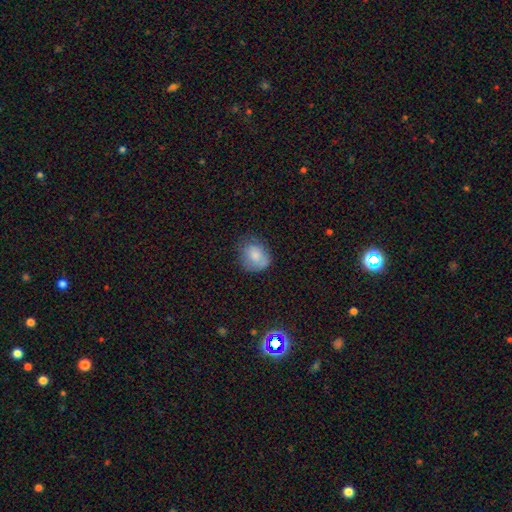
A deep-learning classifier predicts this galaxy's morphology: Smooth or featured? smooth (76%)
How rounded? round (59%)
Merging? none (58%)